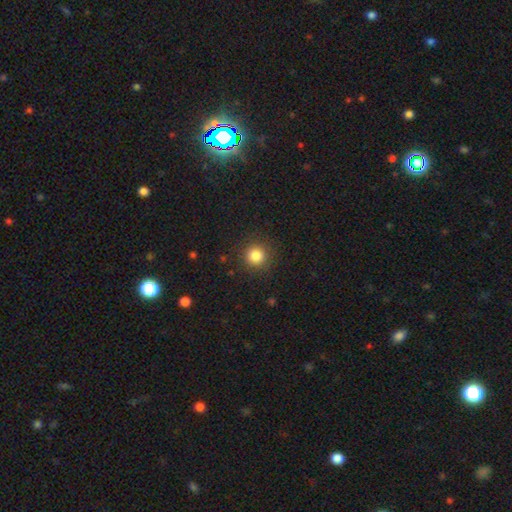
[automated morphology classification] The model was most divided on "smooth or featured": smooth: 84%, star or artifact: 11%, featured or disk: 5%. More confident: how rounded — round (94%); merging — none (89%).